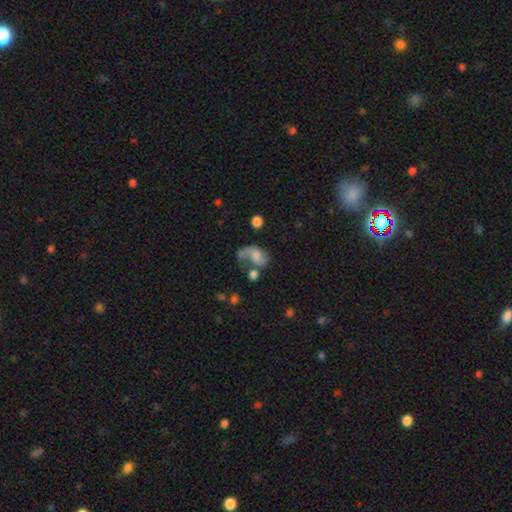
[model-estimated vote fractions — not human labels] smooth_or_featured: featured or disk (p=0.49) [alt: smooth p=0.40]
merging: major disturbance (p=0.40) [alt: none p=0.25]